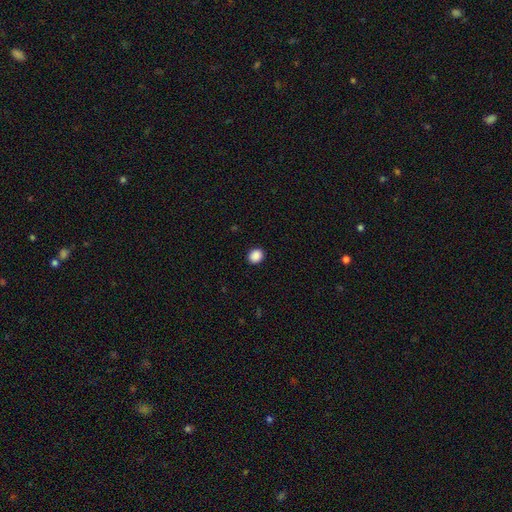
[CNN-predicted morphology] Smooth or featured: smooth — 89% (star or artifact — 9%)
How rounded: round — 61% (in between — 38%)
Merging: none — 91% (minor disturbance — 6%)